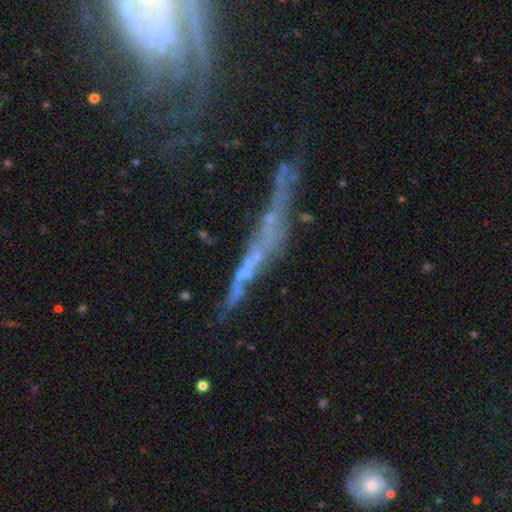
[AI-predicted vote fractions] Smooth or featured? Predicted: featured or disk (p=0.68). Edge-on disk? Predicted: yes (p=0.52). Merging? Predicted: none (p=0.48).